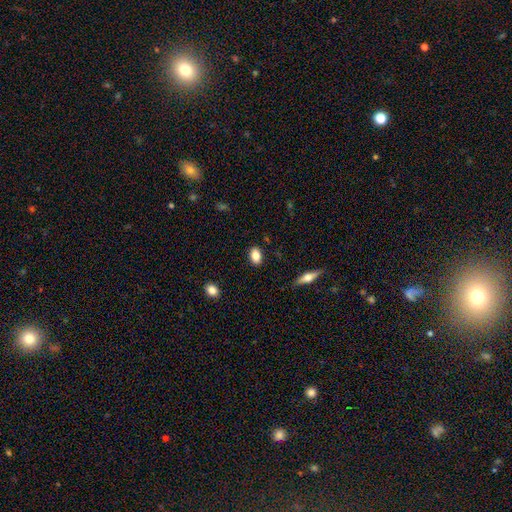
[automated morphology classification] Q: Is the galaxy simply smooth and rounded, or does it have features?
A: smooth — 83%.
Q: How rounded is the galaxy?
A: in between — 85%.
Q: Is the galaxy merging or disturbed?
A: none — 88%.